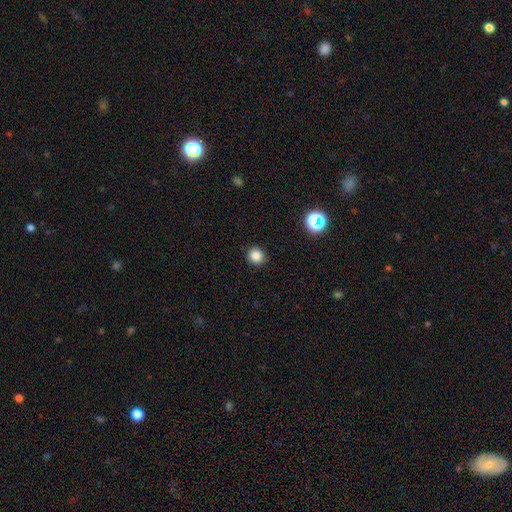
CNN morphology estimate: Smooth or featured: smooth — 83% (star or artifact — 13%)
How rounded: round — 89% (in between — 10%)
Merging: none — 91% (minor disturbance — 6%)